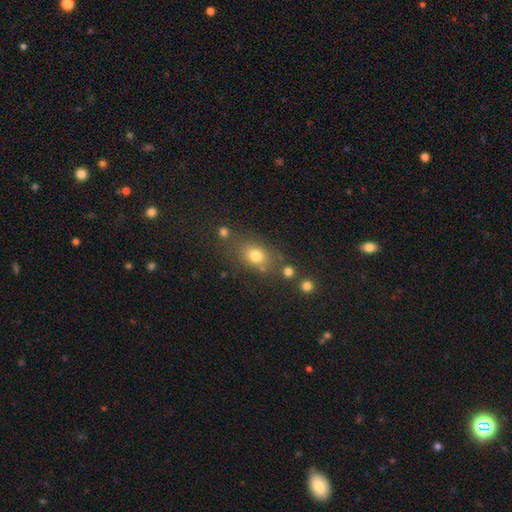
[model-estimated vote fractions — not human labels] Q: Smooth or featured?
A: smooth (76%); runner-up: star or artifact (14%)
Q: How rounded?
A: in between (57%); runner-up: round (41%)
Q: Merging?
A: none (66%); runner-up: minor disturbance (16%)